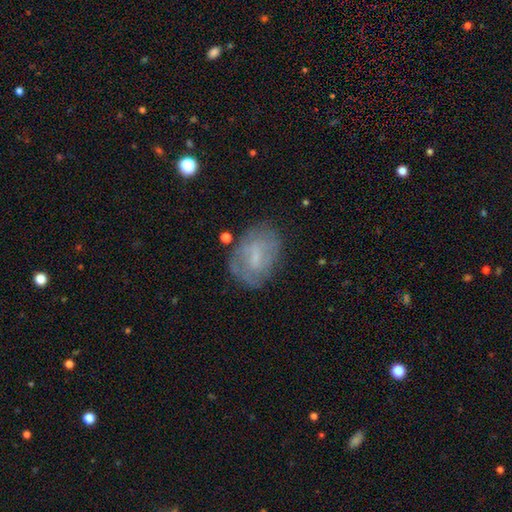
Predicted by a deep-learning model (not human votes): Q: Smooth or featured?
A: featured or disk (47%); runner-up: smooth (44%)
Q: Merging?
A: none (64%); runner-up: minor disturbance (23%)